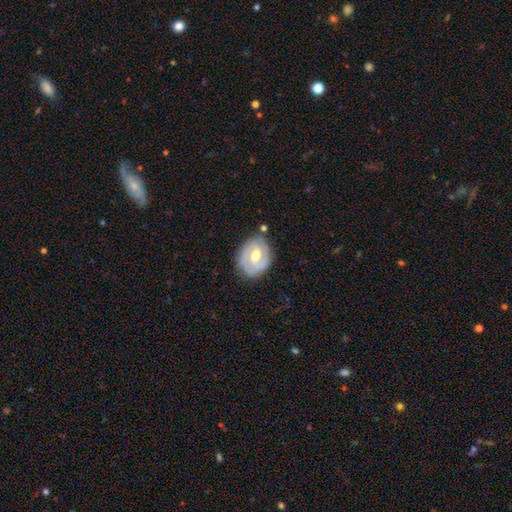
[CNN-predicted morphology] A featured or disk galaxy (74%) with a weak bar (51%), 2 (69%) tight (57%) spiral arms (82%) and a moderate central bulge (75%).

Vote fractions:
- Smooth or featured? featured or disk: 74% / smooth: 21% / star or artifact: 5%
- Edge-on disk? no: 96% / yes: 4%
- Bar? weak: 51% / no: 31% / strong: 17%
- Spiral arms? yes: 82% / no: 18%
- Spiral winding? tight: 57% / medium: 33% / loose: 10%
- Spiral arm count? 2: 69% / can't tell: 16% / 1: 8% / 3: 5% / 4: 1% / more than 4: 1%
- Bulge size? moderate: 75% / small: 16% / large: 7% / none: 1% / dominant: 1%
- Merging? none: 73% / minor disturbance: 19% / major disturbance: 5% / merger: 3%